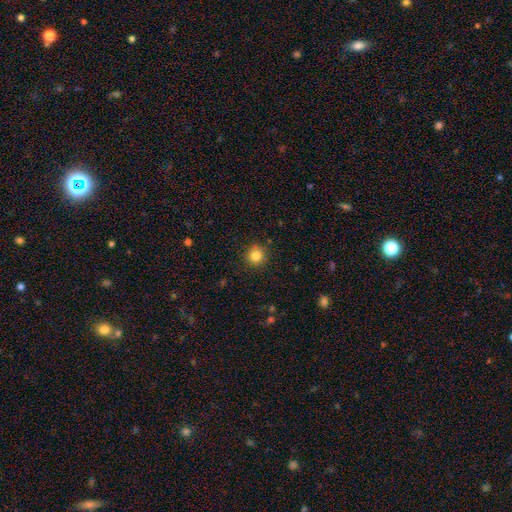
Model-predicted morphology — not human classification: Q: Smooth or featured?
A: smooth (83%); runner-up: star or artifact (12%)
Q: How rounded?
A: round (93%); runner-up: in between (6%)
Q: Merging?
A: none (90%); runner-up: minor disturbance (6%)